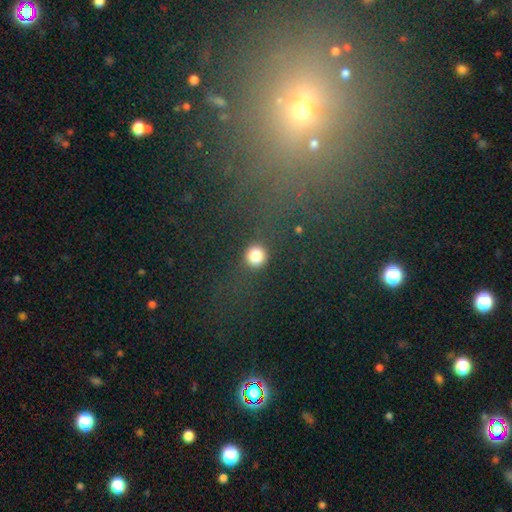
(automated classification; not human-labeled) Smooth or featured: smooth — 82% (star or artifact — 13%)
How rounded: round — 89% (in between — 10%)
Merging: none — 86% (minor disturbance — 8%)